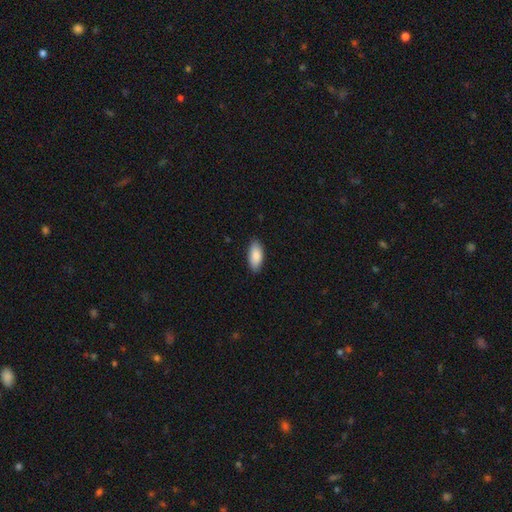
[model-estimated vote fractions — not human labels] Smooth or featured: smooth — 89% (star or artifact — 6%)
How rounded: in between — 89% (cigar-shaped — 9%)
Merging: none — 87% (minor disturbance — 10%)